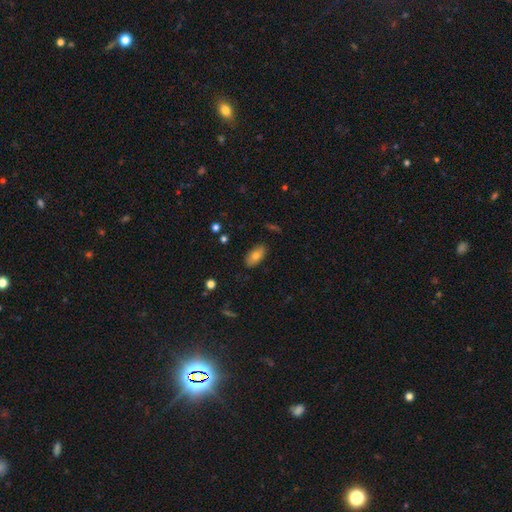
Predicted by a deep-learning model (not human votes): Smooth or featured? Predicted: smooth (p=0.74). How rounded? Predicted: in between (p=0.92). Merging? Predicted: none (p=0.84).